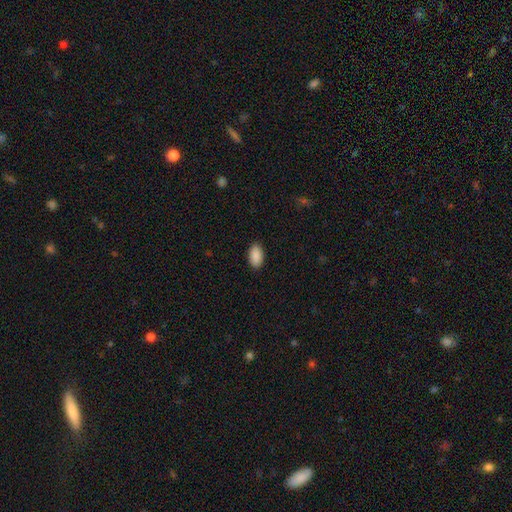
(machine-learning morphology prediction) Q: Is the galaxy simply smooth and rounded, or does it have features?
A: smooth — 91%.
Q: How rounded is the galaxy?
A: in between — 95%.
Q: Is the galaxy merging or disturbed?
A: none — 90%.